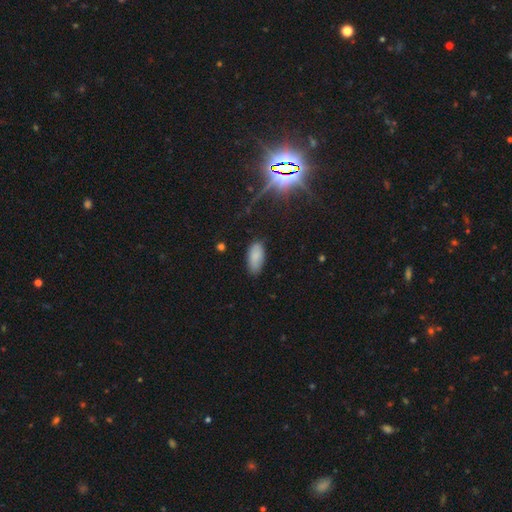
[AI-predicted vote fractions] A smooth galaxy with no disk features (84%) that is in between round and cigar-shaped (92%).

Vote fractions:
- Smooth or featured? smooth: 84% / star or artifact: 9% / featured or disk: 7%
- How rounded? in between: 92% / cigar-shaped: 6% / round: 2%
- Merging? none: 79% / minor disturbance: 17% / major disturbance: 3% / merger: 1%